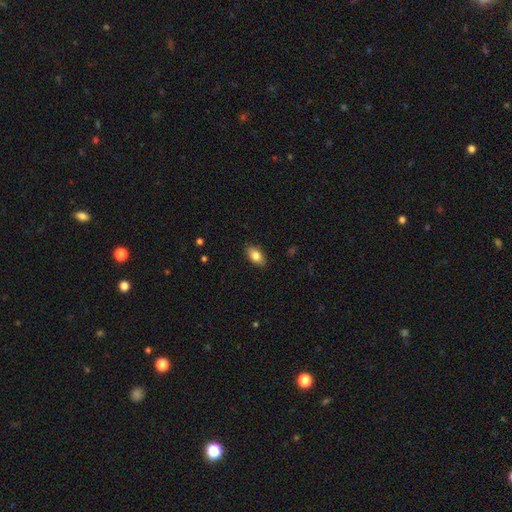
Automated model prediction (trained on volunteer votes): Q: Smooth or featured?
A: smooth (82%); runner-up: featured or disk (11%)
Q: How rounded?
A: in between (90%); runner-up: round (6%)
Q: Merging?
A: none (88%); runner-up: minor disturbance (9%)